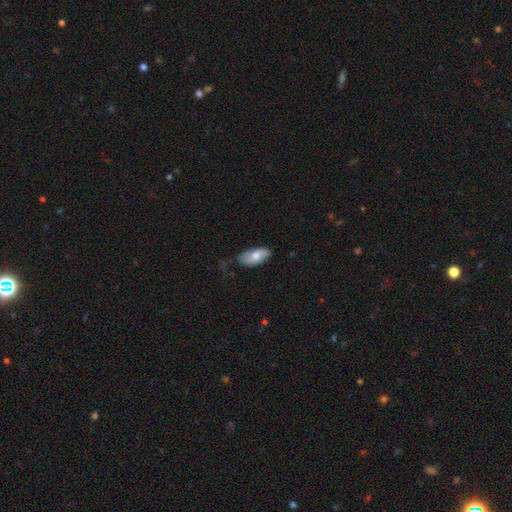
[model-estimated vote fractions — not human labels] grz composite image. It shows a smooth galaxy with no disk features (67%) that is in between round and cigar-shaped (91%). Merging: none (71%).